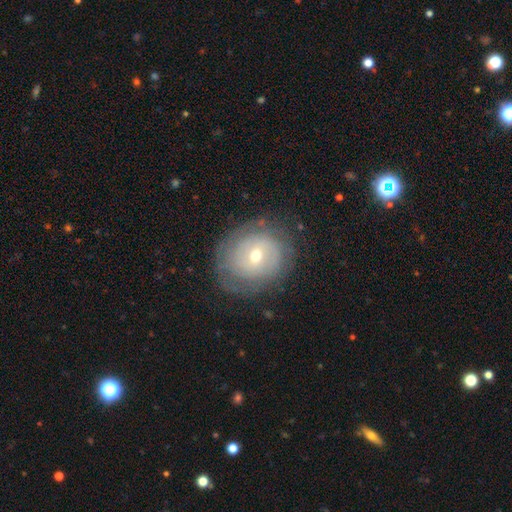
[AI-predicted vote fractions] Morphology: type=featured or disk (56%); edge-on=no (96%); bar=no (63%); spiral arms=yes (65%); bulge=moderate (50%); merging=none (74%).